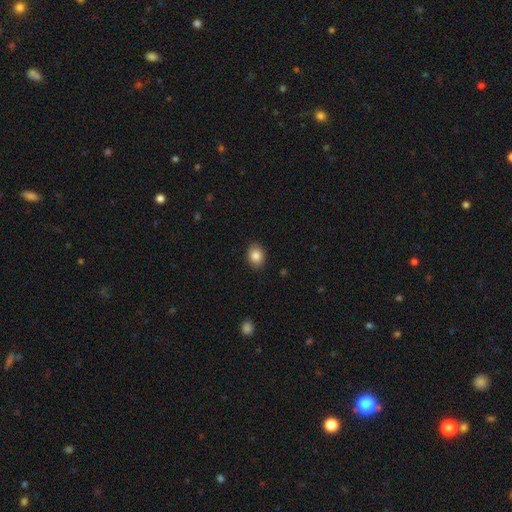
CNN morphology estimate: smooth_or_featured: smooth (p=0.85) [alt: star or artifact p=0.09]
how_rounded: in between (p=0.57) [alt: round p=0.42]
merging: none (p=0.90) [alt: minor disturbance p=0.08]